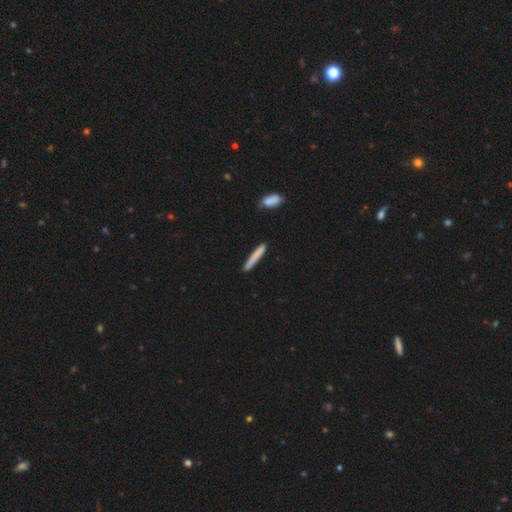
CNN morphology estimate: This appears to be a smooth galaxy with no disk features (78%) that is cigar-shaped (95%). Merging: none (86%).